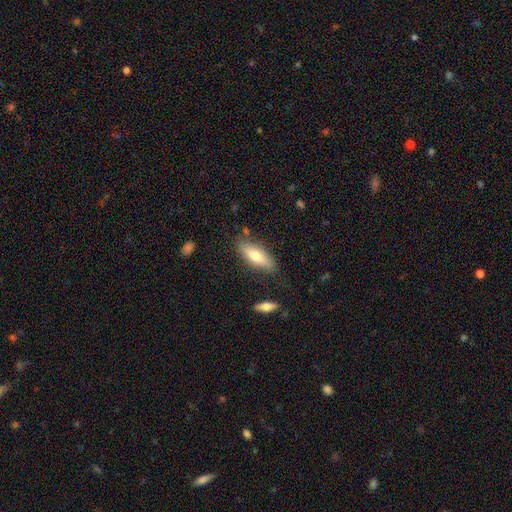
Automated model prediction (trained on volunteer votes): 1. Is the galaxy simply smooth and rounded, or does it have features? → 69% smooth, 25% featured or disk, 7% star or artifact.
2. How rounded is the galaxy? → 61% in between, 37% cigar-shaped, 2% round.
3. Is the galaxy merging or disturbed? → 79% none, 14% minor disturbance, 4% merger, 3% major disturbance.